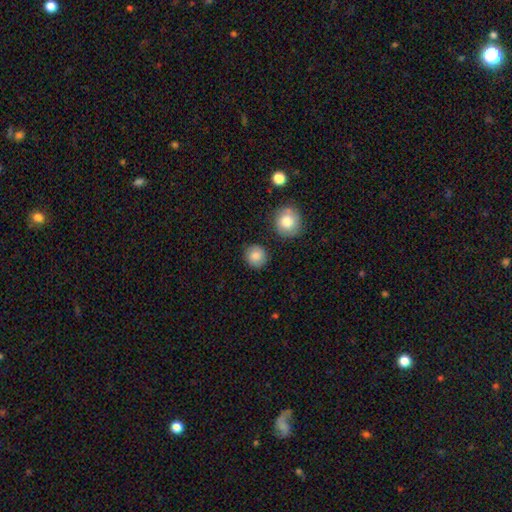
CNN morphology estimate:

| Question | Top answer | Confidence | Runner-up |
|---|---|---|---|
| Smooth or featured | smooth | 82% | featured or disk (9%) |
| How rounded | round | 92% | in between (8%) |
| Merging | none | 85% | minor disturbance (9%) |